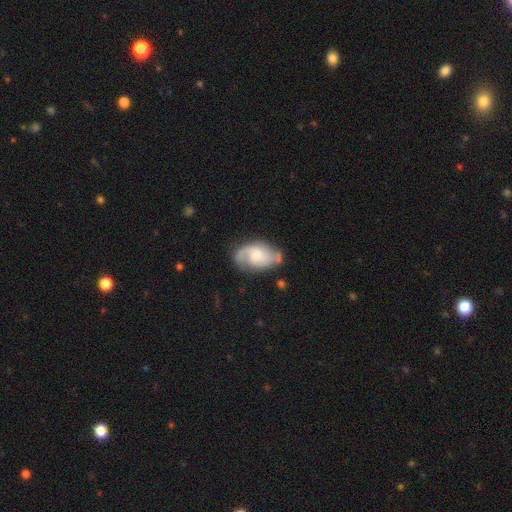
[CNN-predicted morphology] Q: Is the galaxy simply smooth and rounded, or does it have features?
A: featured or disk — 74%.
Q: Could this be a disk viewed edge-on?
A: no — 96%.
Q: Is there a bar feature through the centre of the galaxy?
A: no — 58%.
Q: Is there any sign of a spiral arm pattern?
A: yes — 93%.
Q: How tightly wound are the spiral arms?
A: medium — 47%.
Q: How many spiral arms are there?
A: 2 — 78%.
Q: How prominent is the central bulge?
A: moderate — 49%.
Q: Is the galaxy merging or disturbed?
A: none — 64%.